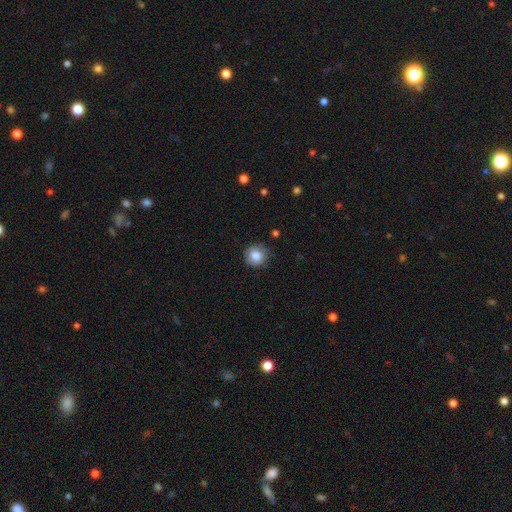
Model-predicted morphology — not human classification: Smooth or featured? Predicted: smooth (p=0.82). How rounded? Predicted: round (p=0.91). Merging? Predicted: none (p=0.81).